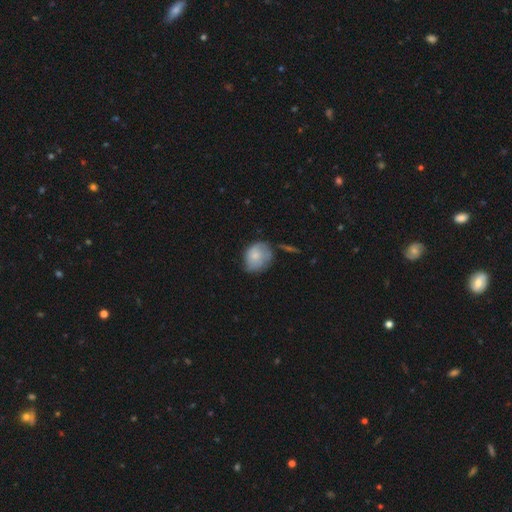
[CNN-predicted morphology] Smooth or featured? smooth (68%)
How rounded? round (56%)
Merging? none (46%)